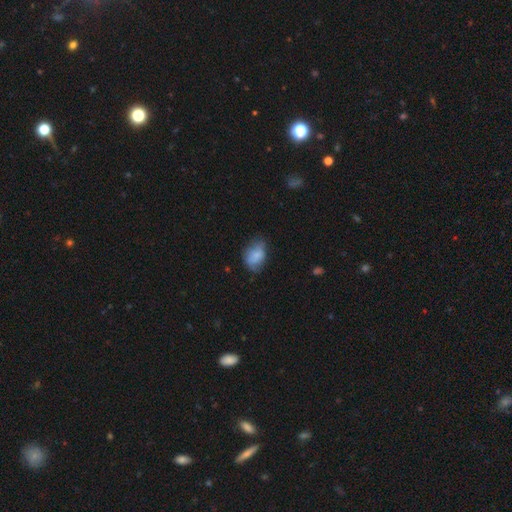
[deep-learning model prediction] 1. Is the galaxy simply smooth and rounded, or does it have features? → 77% smooth, 15% featured or disk, 8% star or artifact.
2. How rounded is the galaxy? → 76% in between, 23% round, 1% cigar-shaped.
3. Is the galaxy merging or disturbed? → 52% none, 34% minor disturbance, 11% major disturbance, 2% merger.